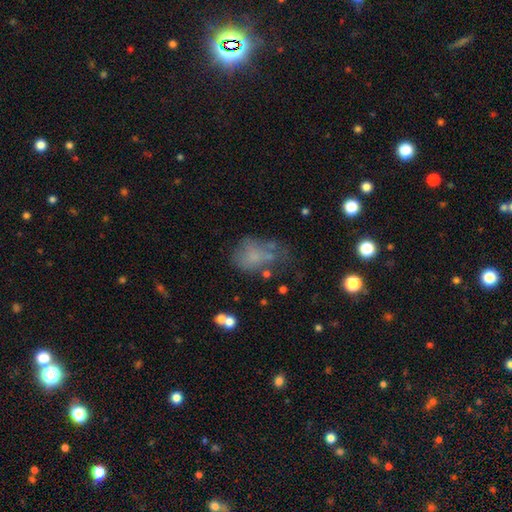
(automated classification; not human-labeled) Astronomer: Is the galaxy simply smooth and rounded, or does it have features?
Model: smooth — 54%.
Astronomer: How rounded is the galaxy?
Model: in between — 72%.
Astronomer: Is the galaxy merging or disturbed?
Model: major disturbance — 32%, tied with none at 32%.